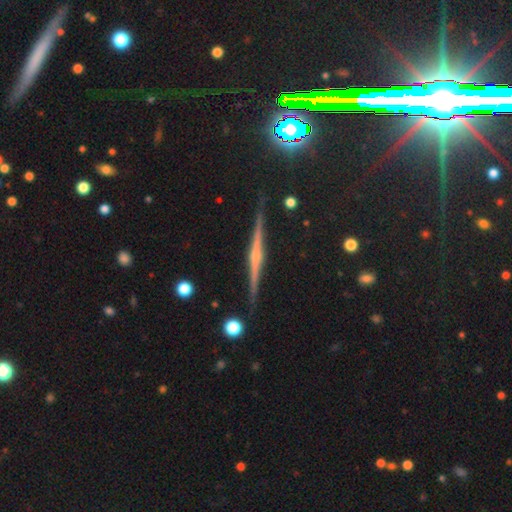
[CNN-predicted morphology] type=featured or disk (77%); edge-on=yes (98%); edge-on bulge=rounded (65%); merging=none (91%).